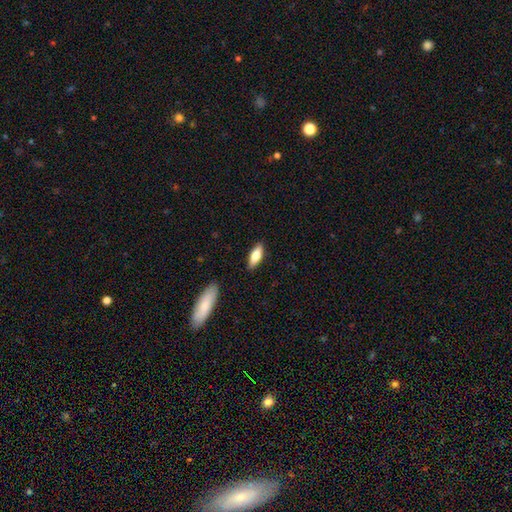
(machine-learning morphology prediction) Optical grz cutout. It shows a smooth galaxy with no disk features (73%) that is in between round and cigar-shaped (68%). Merging: none (87%).